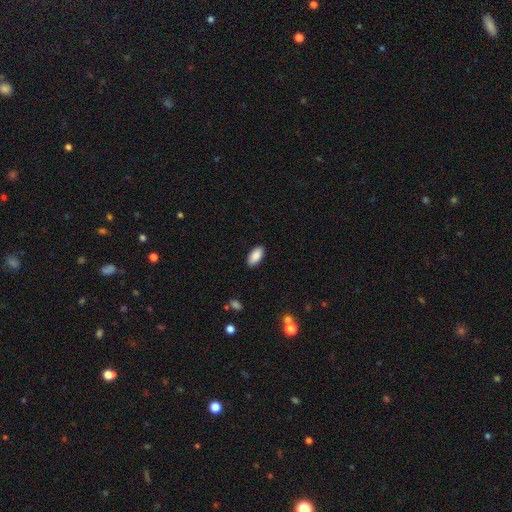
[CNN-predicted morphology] Q: Smooth or featured?
A: smooth (89%); runner-up: star or artifact (6%)
Q: How rounded?
A: in between (93%); runner-up: cigar-shaped (5%)
Q: Merging?
A: none (88%); runner-up: minor disturbance (9%)